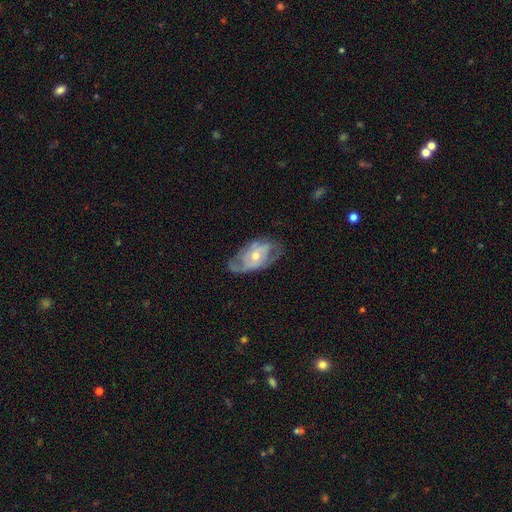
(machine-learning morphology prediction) smooth-or-featured: featured or disk: 69% | smooth: 24% | star or artifact: 7%
  disk-edge-on: no: 92% | yes: 8%
    bar: no: 74% | weak: 20% | strong: 5%
    has-spiral-arms: yes: 67% | no: 33%
    bulge-size: moderate: 52% | small: 44% | large: 2% | none: 1% | dominant: 1%
  merging: none: 55% | minor disturbance: 27% | major disturbance: 16% | merger: 2%